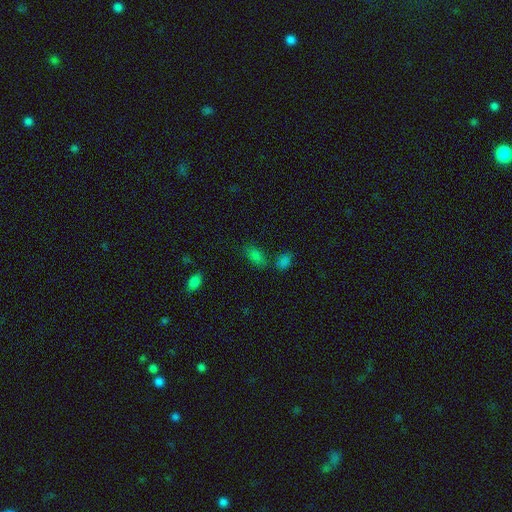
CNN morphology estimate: Smooth or featured?
  - smooth: 74% *
  - star or artifact: 18%
  - featured or disk: 8%
How rounded?
  - in between: 87% *
  - round: 7%
  - cigar-shaped: 5%
Merging?
  - none: 58% *
  - merger: 24%
  - minor disturbance: 13%
  - major disturbance: 6%